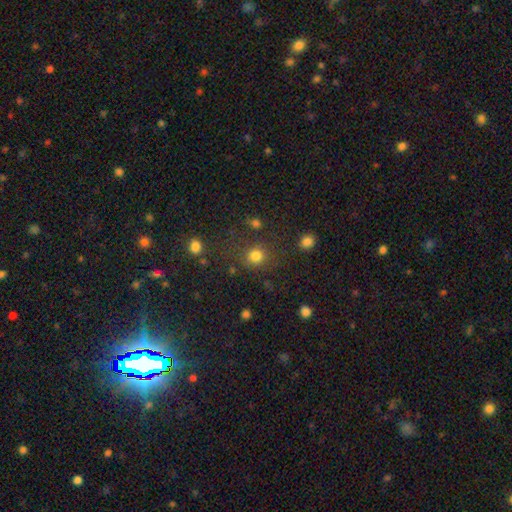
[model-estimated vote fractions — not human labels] smooth 80%, star or artifact 15%, featured or disk 5%. Down the decision tree: how rounded — round (86%); merging — none (76%).